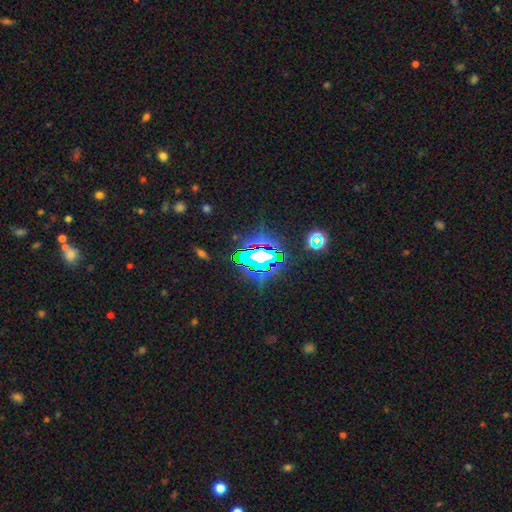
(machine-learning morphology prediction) Overall: star or artifact (81%).